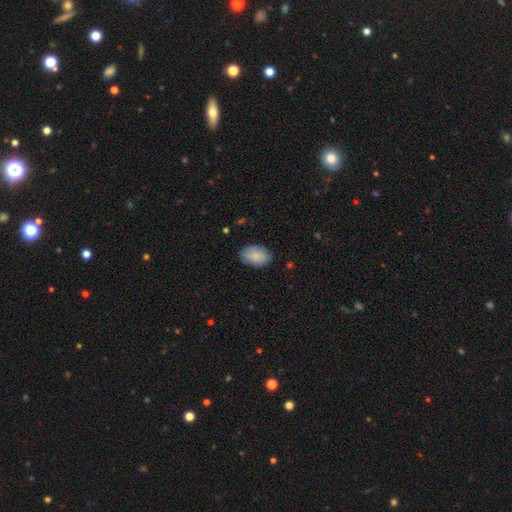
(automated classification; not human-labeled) This appears to be a smooth galaxy with no disk features (86%) that is in between round and cigar-shaped (88%). Merging: none (82%).